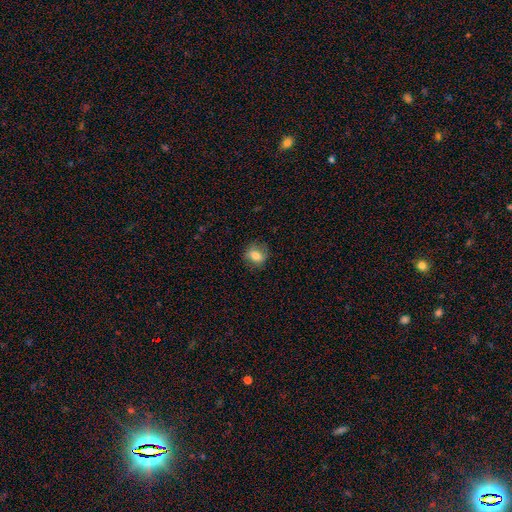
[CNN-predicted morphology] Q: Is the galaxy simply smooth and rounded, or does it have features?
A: smooth — 72%.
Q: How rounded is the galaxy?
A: round — 58%.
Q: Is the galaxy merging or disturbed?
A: none — 78%.